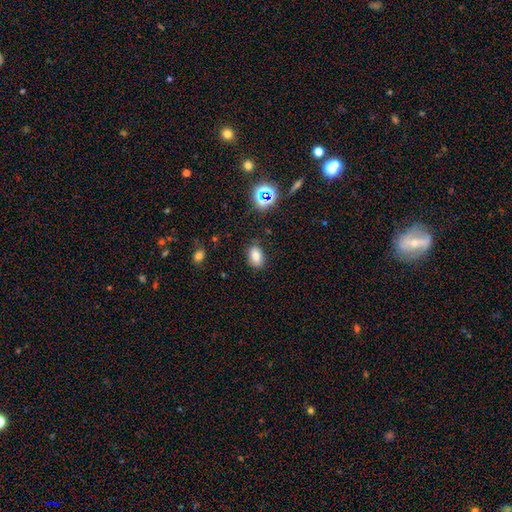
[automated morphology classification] type=smooth (77%); roundness=in between (85%); merging=none (82%).